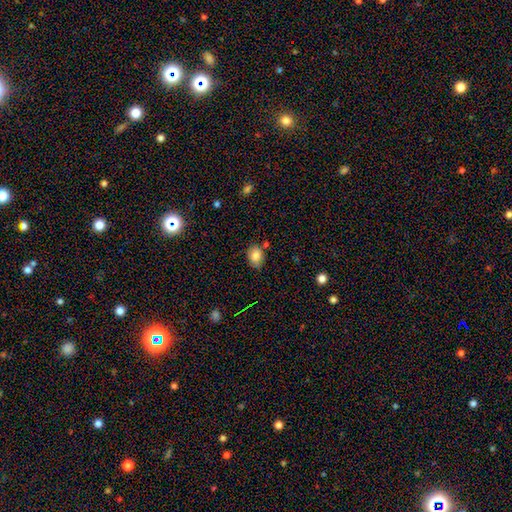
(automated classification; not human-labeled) Smooth or featured? Predicted: smooth (p=0.83). How rounded? Predicted: in between (p=0.69). Merging? Predicted: none (p=0.73).